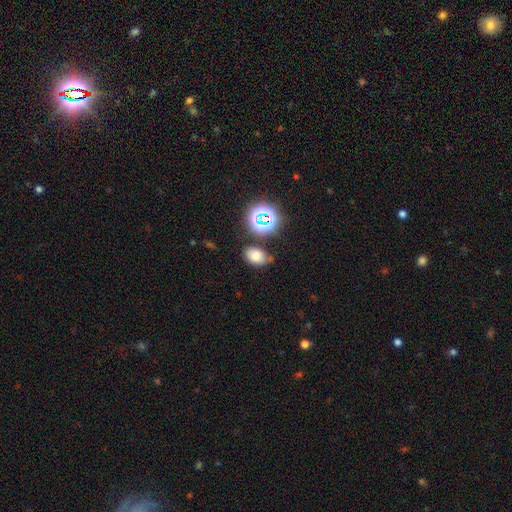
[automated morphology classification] A smooth galaxy with no disk features (70%) that is in between round and cigar-shaped (79%). Merging: none (69%).